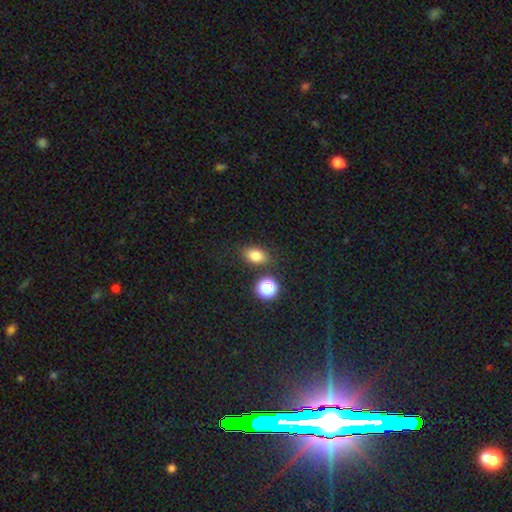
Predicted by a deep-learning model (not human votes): Smooth or featured? smooth (80%)
How rounded? in between (77%)
Merging? none (80%)